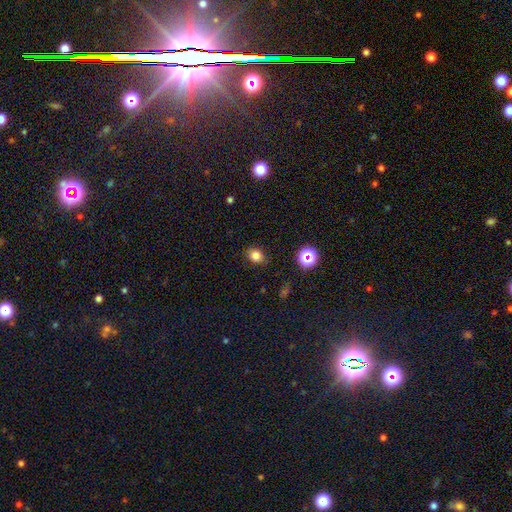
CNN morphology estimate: Overall: smooth (79%). How rounded: in between (55%; round 44%). Merging: none (86%).